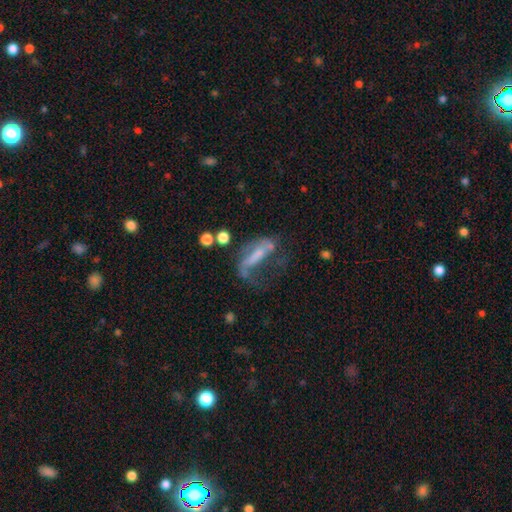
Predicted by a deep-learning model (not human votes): featured or disk 57%, smooth 31%, star or artifact 12%. Down the decision tree: edge-on disk — no (81%); merging — major disturbance (46%).